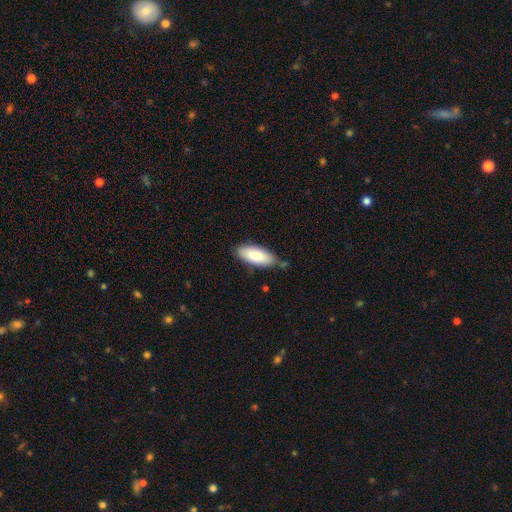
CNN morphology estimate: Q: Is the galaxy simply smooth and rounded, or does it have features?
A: smooth — 87%.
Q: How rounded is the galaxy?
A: in between — 80%.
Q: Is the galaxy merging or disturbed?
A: none — 67%.